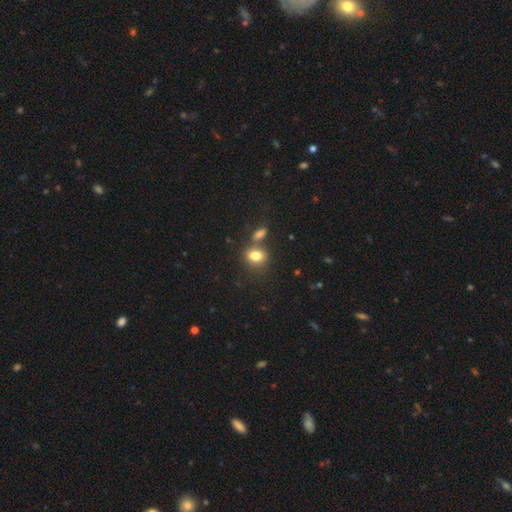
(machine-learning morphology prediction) Smooth or featured? smooth (80%)
How rounded? in between (50%)
Merging? none (57%)